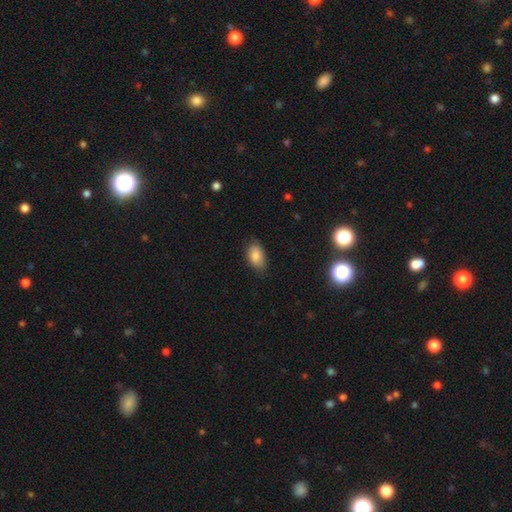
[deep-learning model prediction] Smooth or featured: smooth — 85% (star or artifact — 8%)
How rounded: in between — 92% (round — 6%)
Merging: none — 78% (minor disturbance — 18%)